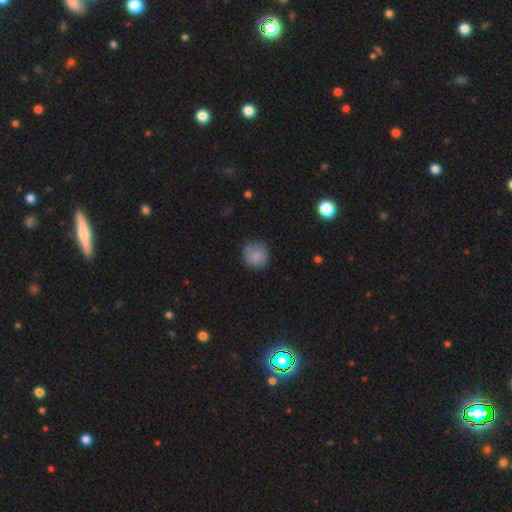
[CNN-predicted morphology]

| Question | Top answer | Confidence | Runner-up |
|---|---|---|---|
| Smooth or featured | smooth | 84% | featured or disk (8%) |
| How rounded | round | 90% | in between (9%) |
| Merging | none | 79% | minor disturbance (16%) |